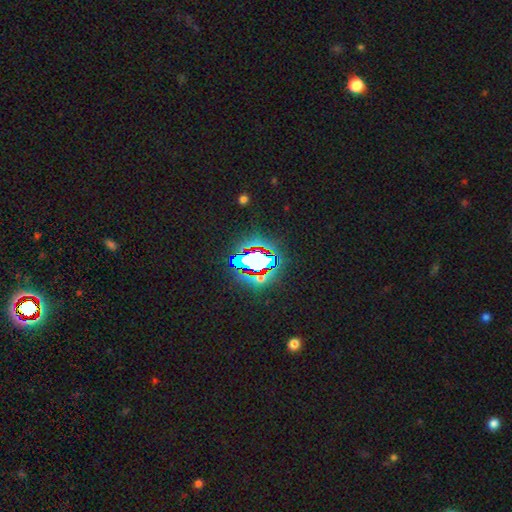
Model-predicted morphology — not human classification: Smooth or featured? Predicted: star or artifact (p=0.67).